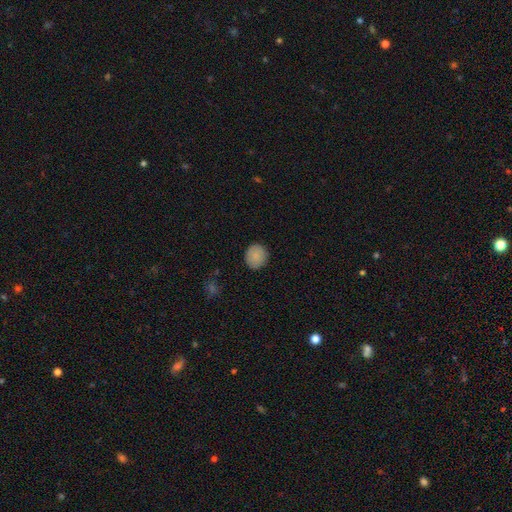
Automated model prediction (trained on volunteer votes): smooth_or_featured: smooth (p=0.86) [alt: star or artifact p=0.07]
how_rounded: round (p=0.89) [alt: in between p=0.10]
merging: none (p=0.88) [alt: minor disturbance p=0.09]